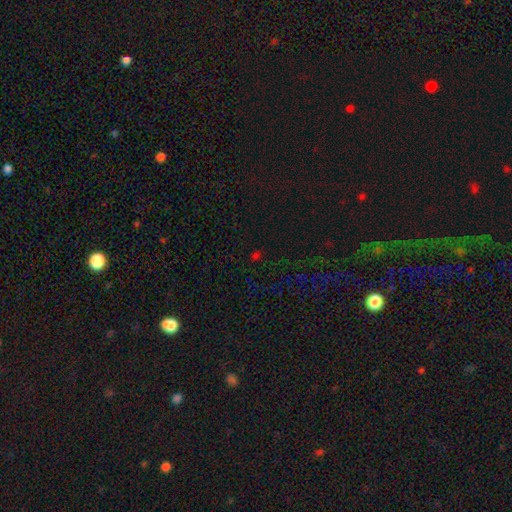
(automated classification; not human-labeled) star or artifact 56%, smooth 38%, featured or disk 6%.